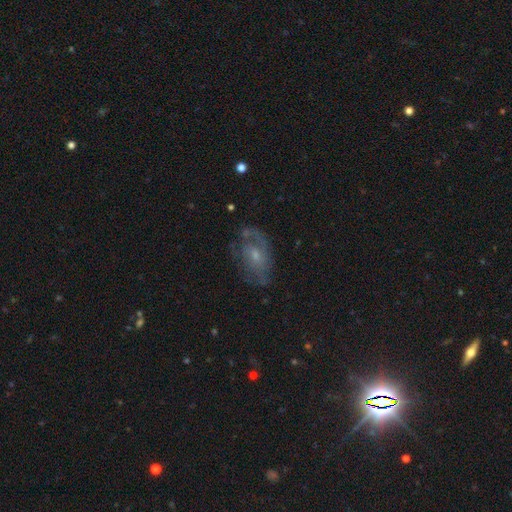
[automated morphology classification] The model was most divided on "spiral arm count": 2: 38%, can't tell: 31%, 1: 18%, 3: 7%, 4: 3%, more than 4: 3%. Remaining: edge-on disk — no (96%); spiral arms — yes (81%); smooth or featured — featured or disk (71%); bar — no (65%); merging — none (60%); bulge size — small (56%); spiral winding — medium (44%).